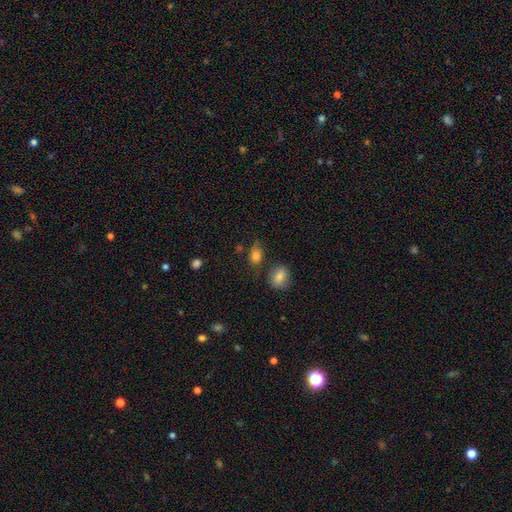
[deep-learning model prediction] Overall: smooth (82%). How rounded: in between (70%). Merging: none (59%; minor disturbance 24%).